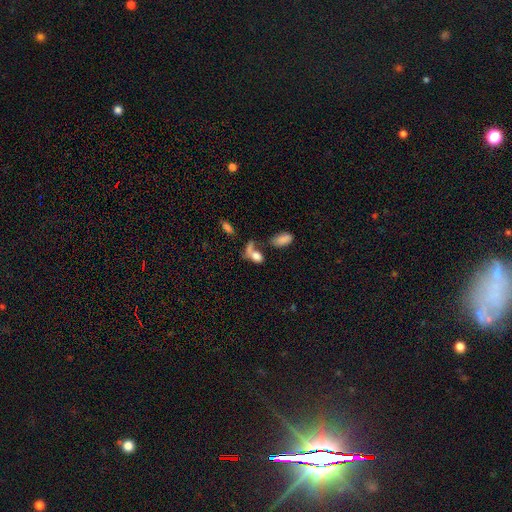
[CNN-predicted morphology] Smooth or featured?
  - smooth: 71% *
  - featured or disk: 16%
  - star or artifact: 13%
How rounded?
  - in between: 75% *
  - round: 20%
  - cigar-shaped: 5%
Merging?
  - merger: 40% *
  - none: 30%
  - major disturbance: 17%
  - minor disturbance: 13%